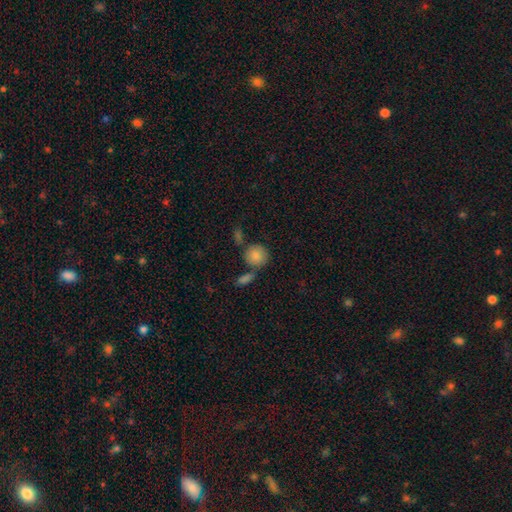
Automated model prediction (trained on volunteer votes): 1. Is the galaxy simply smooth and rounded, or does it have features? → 86% smooth, 8% star or artifact, 7% featured or disk.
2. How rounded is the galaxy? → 86% round, 13% in between, 1% cigar-shaped.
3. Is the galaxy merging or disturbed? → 59% none, 23% merger, 13% minor disturbance, 5% major disturbance.